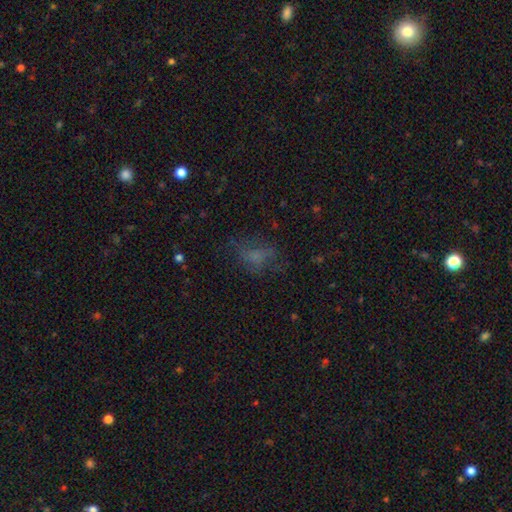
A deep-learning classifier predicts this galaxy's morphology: Smooth or featured?
  - smooth: 51% *
  - featured or disk: 26%
  - star or artifact: 23%
How rounded?
  - in between: 70% *
  - round: 25%
  - cigar-shaped: 4%
Merging?
  - none: 52% *
  - major disturbance: 25%
  - minor disturbance: 21%
  - merger: 2%